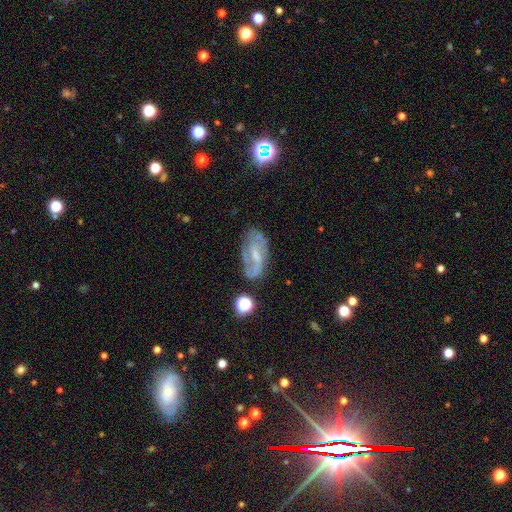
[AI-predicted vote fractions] featured or disk 67%, smooth 23%, star or artifact 10%. Down the decision tree: edge-on disk — no (93%); bar — weak (46%); spiral arms — yes (79%); bulge size — small (48%); merging — none (61%).